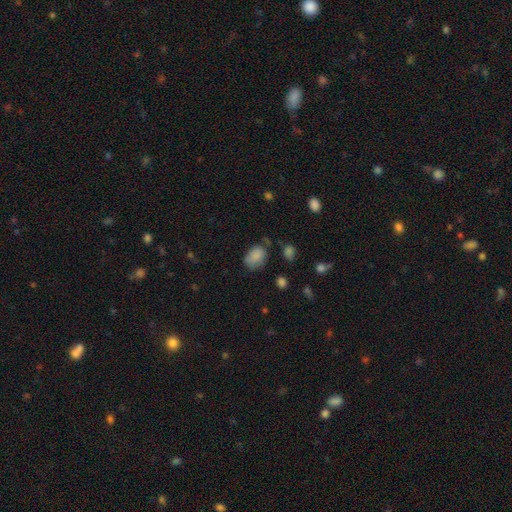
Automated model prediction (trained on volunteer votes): Smooth or featured?
  - smooth: 82% *
  - star or artifact: 10%
  - featured or disk: 8%
How rounded?
  - in between: 74% *
  - round: 25%
  - cigar-shaped: 1%
Merging?
  - none: 55% *
  - minor disturbance: 30%
  - major disturbance: 10%
  - merger: 4%